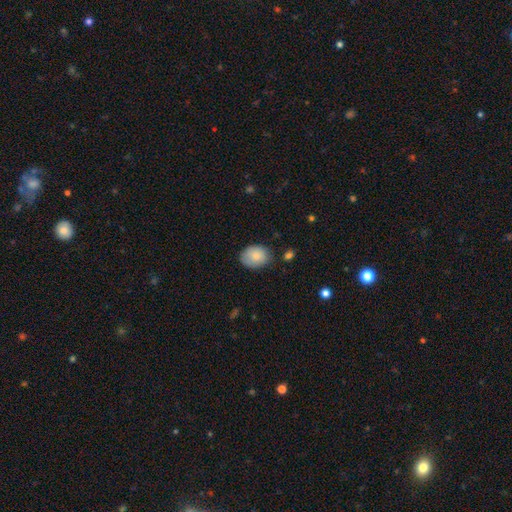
Q: Smooth or featured?
A: smooth (85%); runner-up: featured or disk (13%)
Q: How rounded?
A: in between (76%); runner-up: round (21%)
Q: Merging?
A: none (79%); runner-up: minor disturbance (18%)